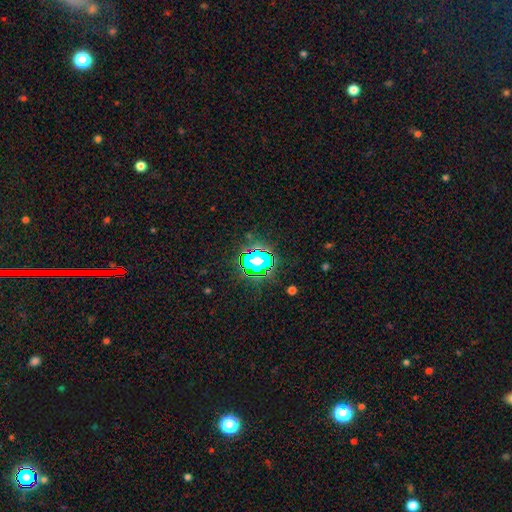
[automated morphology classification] type=star or artifact (62%).